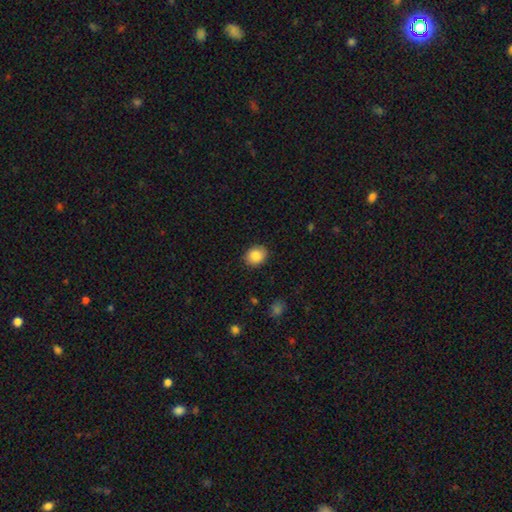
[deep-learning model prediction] The model was most divided on "how rounded": round: 56%, in between: 44%, cigar-shaped: 1%. More confident: merging — none (89%); smooth or featured — smooth (87%).